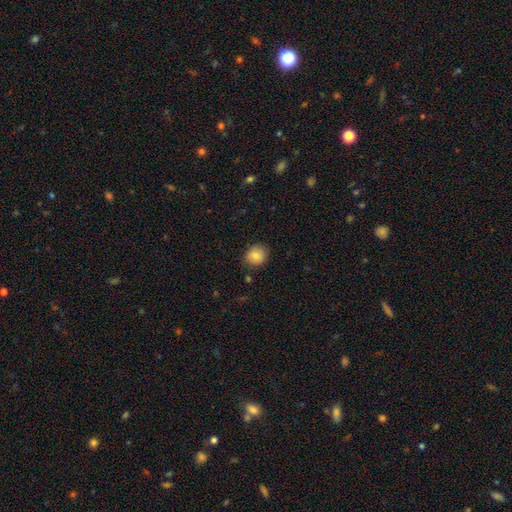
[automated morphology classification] smooth 81%, featured or disk 10%, star or artifact 9%. Down the decision tree: how rounded — round (78%); merging — none (84%).